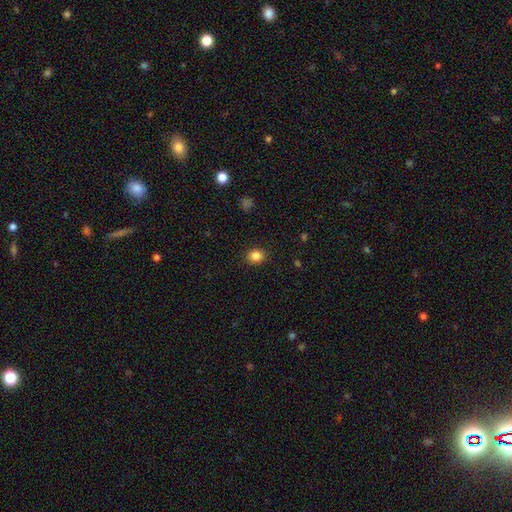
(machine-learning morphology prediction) The model was most divided on "how rounded": round: 63%, in between: 36%, cigar-shaped: 1%. More confident: merging — none (89%); smooth or featured — smooth (85%).